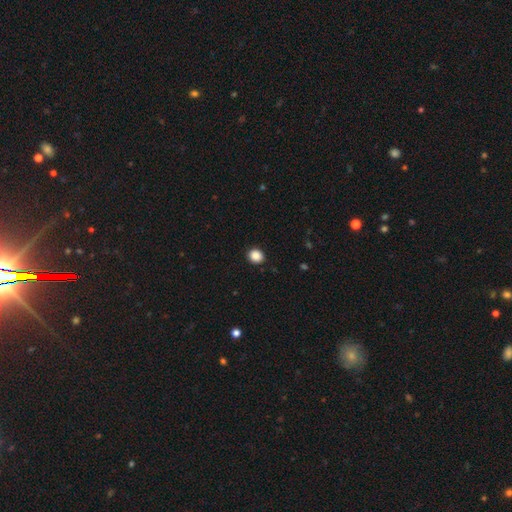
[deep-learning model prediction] Smooth or featured? Predicted: smooth (p=0.88). How rounded? Predicted: round (p=0.79). Merging? Predicted: none (p=0.91).